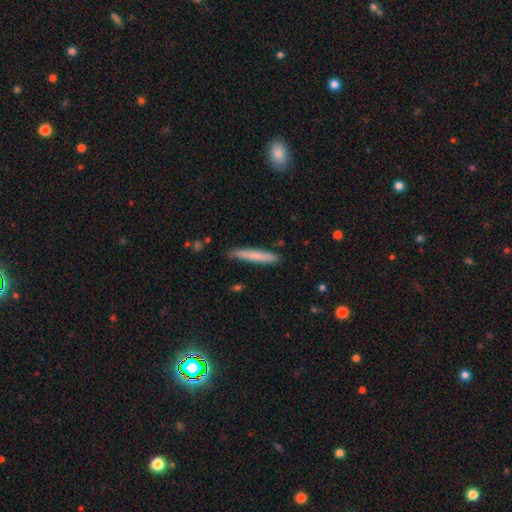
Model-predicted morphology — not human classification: The model was most divided on "smooth or featured": smooth: 72%, featured or disk: 22%, star or artifact: 6%. More confident: how rounded — cigar-shaped (95%); merging — none (86%).